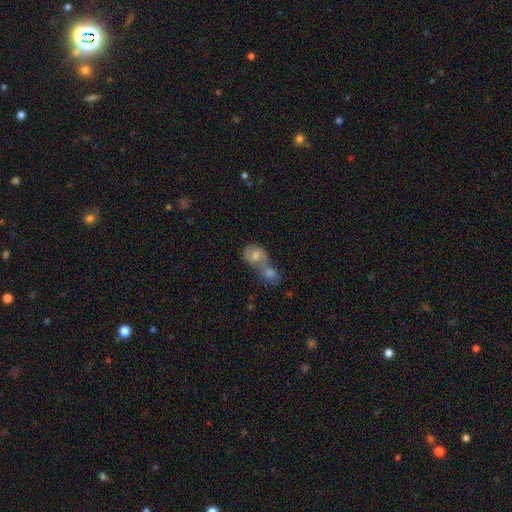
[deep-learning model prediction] smooth 53%, featured or disk 34%, star or artifact 13%. Down the decision tree: how rounded — round (60%); merging — merger (70%).